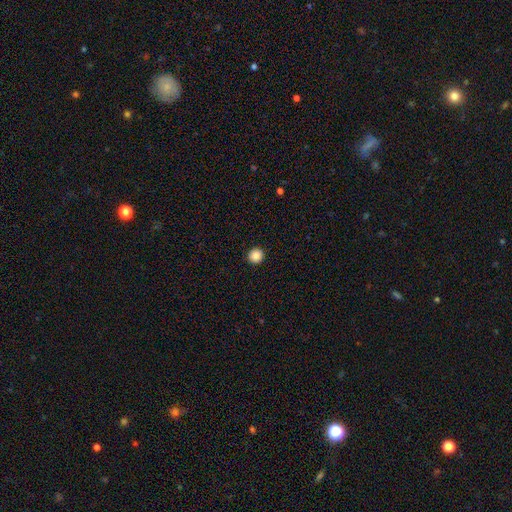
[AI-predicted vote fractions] Morphology: type=smooth (87%); roundness=round (93%); merging=none (94%).